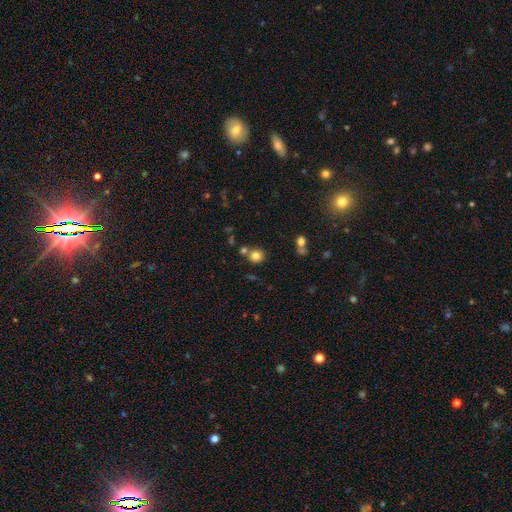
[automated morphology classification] Smooth or featured? smooth (80%)
How rounded? round (86%)
Merging? none (75%)